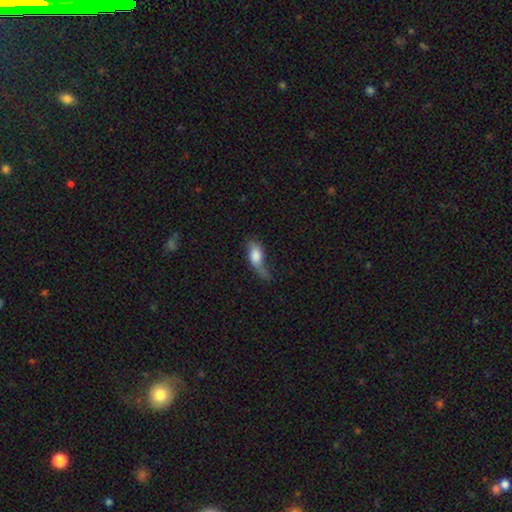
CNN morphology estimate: The model was most divided on "merging" (2-way tie): major disturbance: 33%, minor disturbance: 33%, none: 28%, merger: 5%. More confident: how rounded — in between (80%); smooth or featured — smooth (72%).